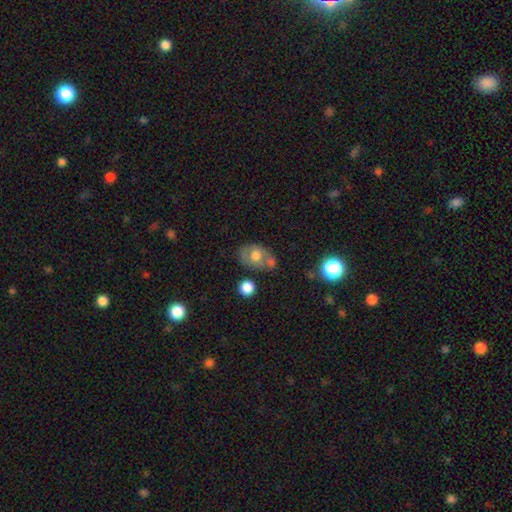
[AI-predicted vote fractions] A smooth galaxy with no disk features (55%) that is in between round and cigar-shaped (70%). Merging: none (47%).